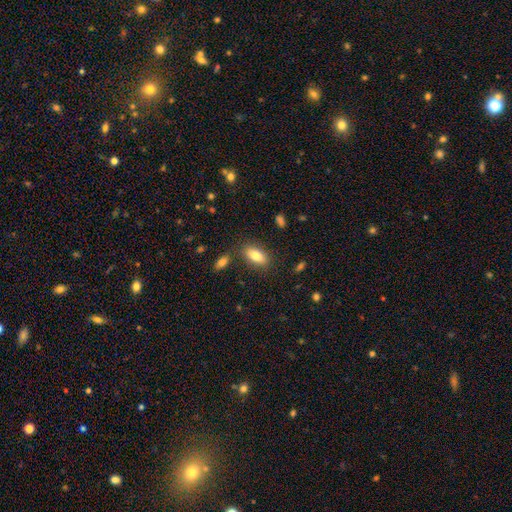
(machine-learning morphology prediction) Smooth or featured?
  - smooth: 81% *
  - featured or disk: 12%
  - star or artifact: 7%
How rounded?
  - in between: 85% *
  - cigar-shaped: 12%
  - round: 3%
Merging?
  - none: 80% *
  - minor disturbance: 11%
  - merger: 5%
  - major disturbance: 3%